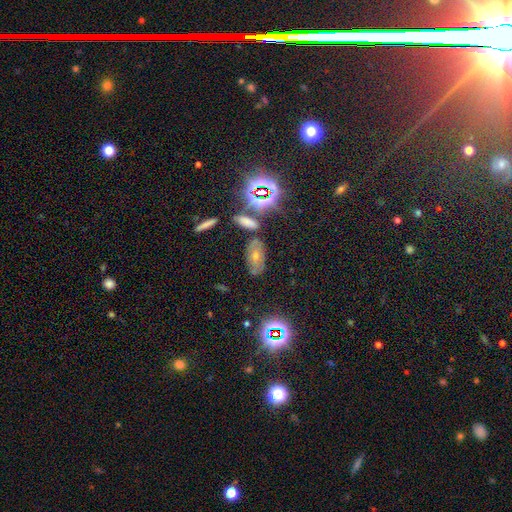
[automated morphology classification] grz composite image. It shows a smooth galaxy with no disk features (42%). Merging: none (69%).